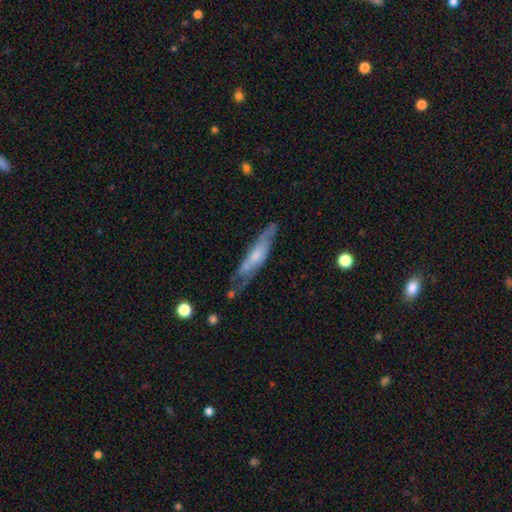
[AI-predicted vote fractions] A featured or disk galaxy (55%) viewed edge-on (54%). Merging: none (56%).